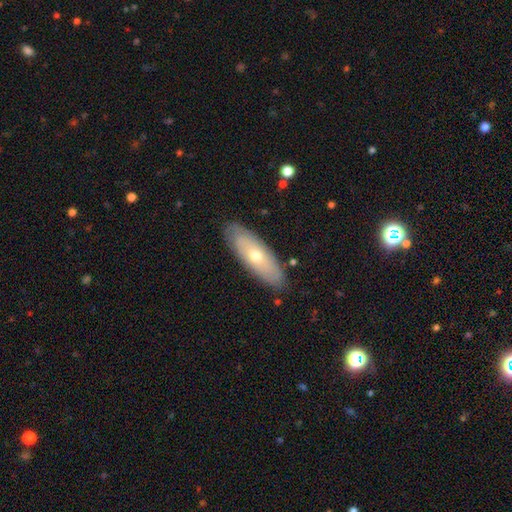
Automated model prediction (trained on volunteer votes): A smooth galaxy with no disk features (52%) that is in between round and cigar-shaped (64%).

Vote fractions:
- Smooth or featured? smooth: 52% / featured or disk: 42% / star or artifact: 6%
- How rounded? in between: 64% / cigar-shaped: 34% / round: 2%
- Merging? none: 85% / minor disturbance: 11% / major disturbance: 2% / merger: 1%